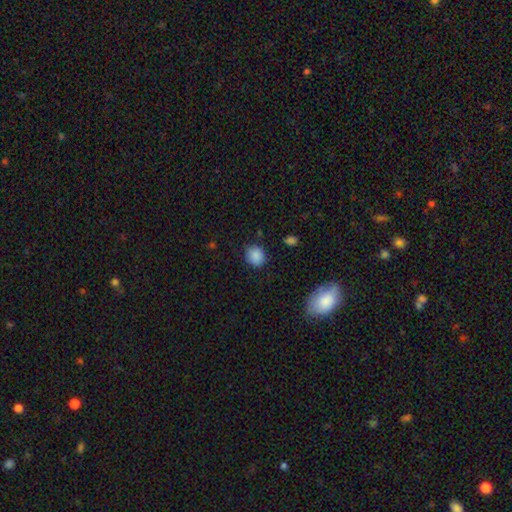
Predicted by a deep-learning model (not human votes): Morphology: type=smooth (87%); roundness=round (78%); merging=none (83%).